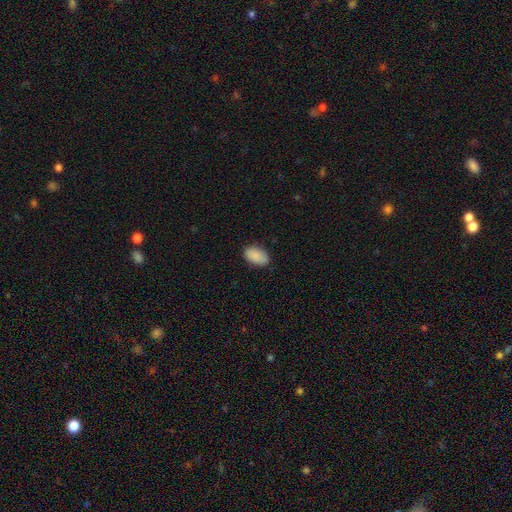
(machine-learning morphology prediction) Overall: smooth (90%). How rounded: in between (93%). Merging: none (85%).